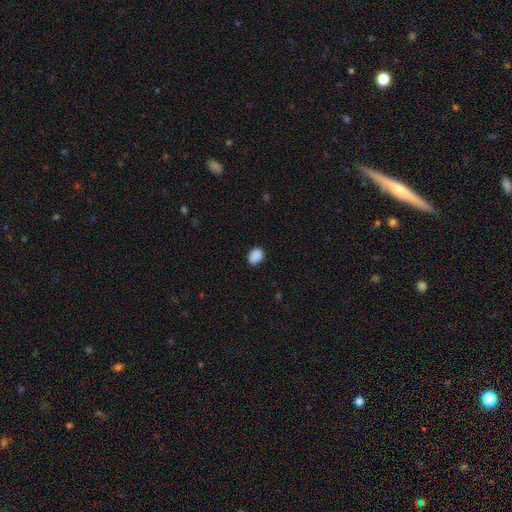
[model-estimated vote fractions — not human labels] A smooth galaxy with no disk features (89%) that is in between round and cigar-shaped (66%). Merging: none (85%).